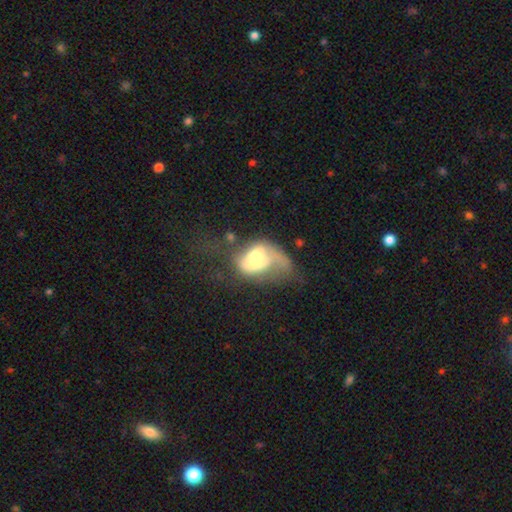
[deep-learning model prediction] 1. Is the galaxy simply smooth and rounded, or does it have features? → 49% featured or disk, 42% smooth, 9% star or artifact.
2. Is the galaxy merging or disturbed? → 51% major disturbance, 17% none, 16% merger, 16% minor disturbance.